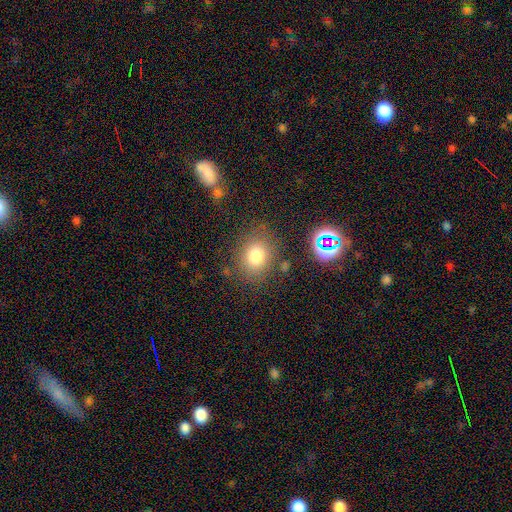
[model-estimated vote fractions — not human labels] smooth 78%, star or artifact 13%, featured or disk 9%. Down the decision tree: how rounded — in between (54%); merging — none (77%).